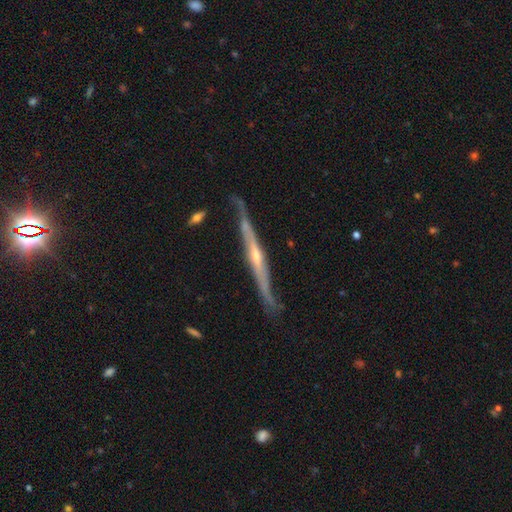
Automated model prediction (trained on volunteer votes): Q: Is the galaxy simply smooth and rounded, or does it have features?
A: featured or disk — 84%.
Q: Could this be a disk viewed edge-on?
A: yes — 95%.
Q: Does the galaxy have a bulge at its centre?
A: rounded — 71%.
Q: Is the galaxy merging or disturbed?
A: none — 76%.